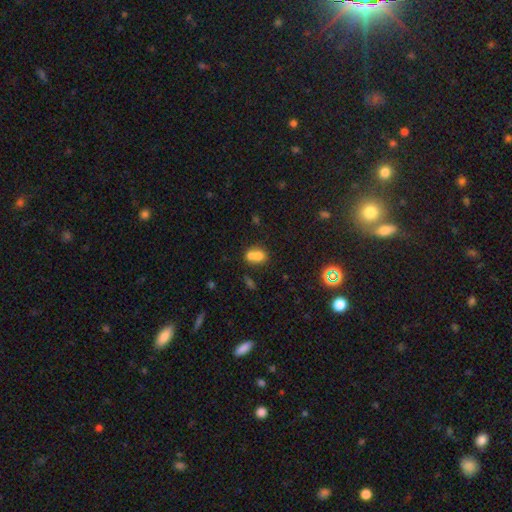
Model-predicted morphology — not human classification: smooth 68%, featured or disk 19%, star or artifact 13%. Down the decision tree: how rounded — round (54%); merging — merger (65%).